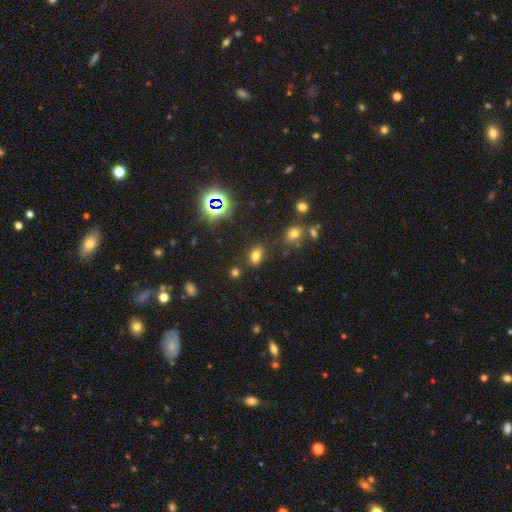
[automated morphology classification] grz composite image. It shows a smooth galaxy with no disk features (70%) that is in between round and cigar-shaped (79%). Merging: none (79%).